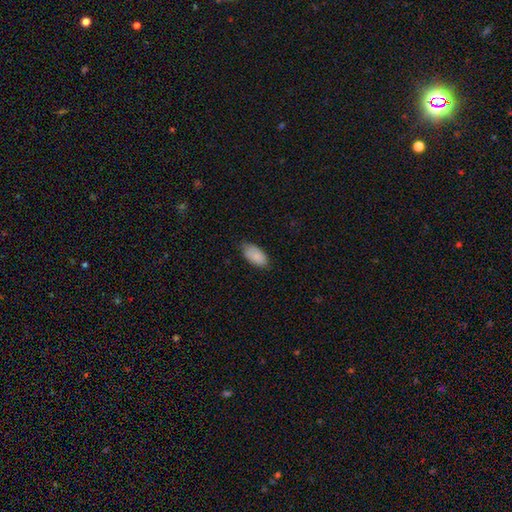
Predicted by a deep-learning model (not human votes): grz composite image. It shows a smooth galaxy with no disk features (85%) that is in between round and cigar-shaped (94%). Merging: none (69%).